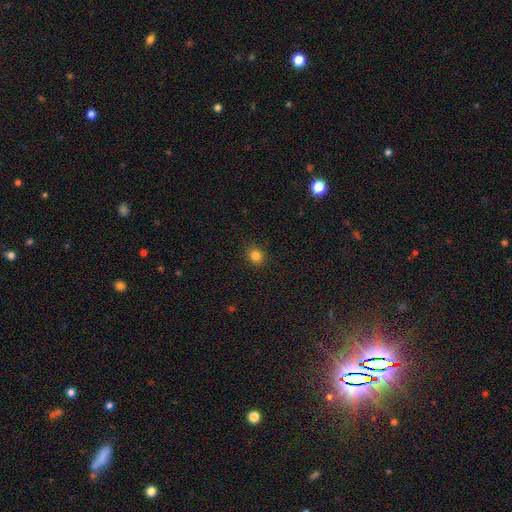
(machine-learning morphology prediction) This is clearly a smooth galaxy (83%). How rounded: likely round (73%). Merging: clearly none (90%).